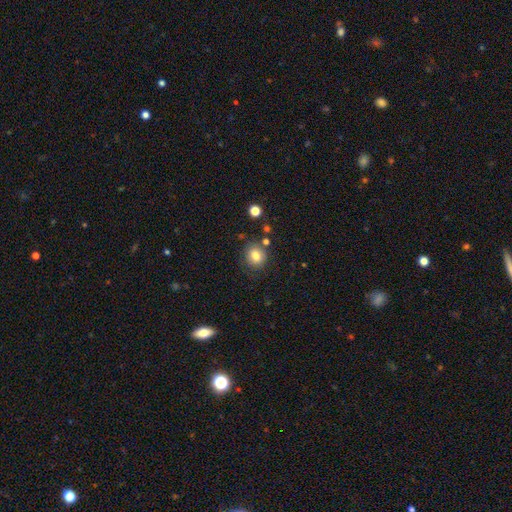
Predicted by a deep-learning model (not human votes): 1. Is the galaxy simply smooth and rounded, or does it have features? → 81% smooth, 11% star or artifact, 8% featured or disk.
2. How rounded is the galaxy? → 72% round, 28% in between, 1% cigar-shaped.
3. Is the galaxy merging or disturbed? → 79% none, 12% minor disturbance, 6% merger, 4% major disturbance.